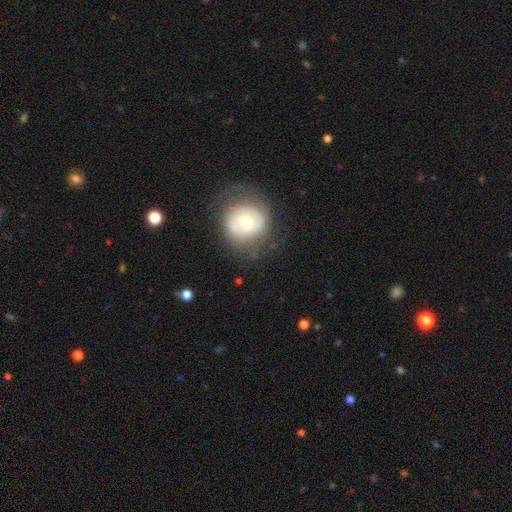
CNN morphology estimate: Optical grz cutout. It shows a featured or disk galaxy (52%). Merging: none (77%).